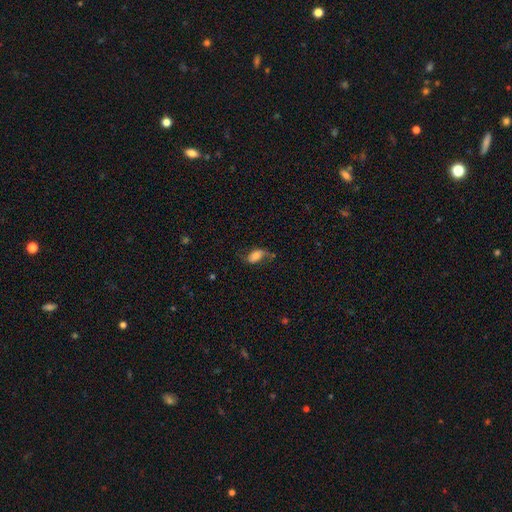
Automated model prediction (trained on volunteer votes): smooth_or_featured: smooth (p=0.50) [alt: featured or disk p=0.40]
how_rounded: in between (p=0.89) [alt: round p=0.06]
merging: none (p=0.55) [alt: minor disturbance p=0.25]